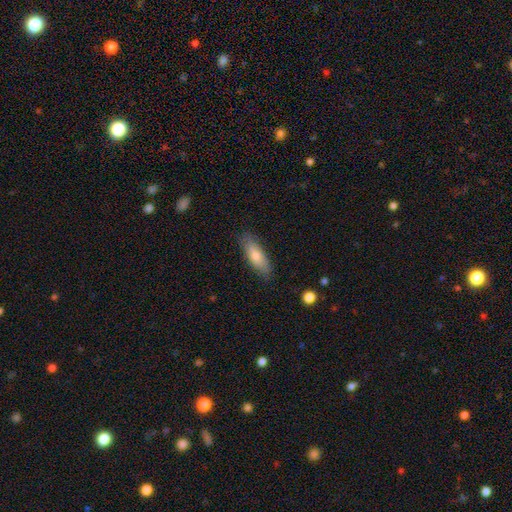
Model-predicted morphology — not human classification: Smooth or featured? Predicted: smooth (p=0.75). How rounded? Predicted: in between (p=0.55). Merging? Predicted: none (p=0.83).